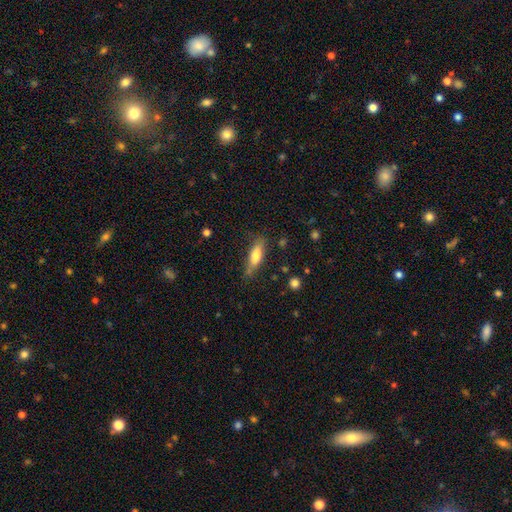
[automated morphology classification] A smooth galaxy with no disk features (66%) that is cigar-shaped (53%).

Vote fractions:
- Smooth or featured? smooth: 66% / featured or disk: 27% / star or artifact: 7%
- How rounded? cigar-shaped: 53% / in between: 44% / round: 2%
- Merging? none: 70% / minor disturbance: 21% / major disturbance: 6% / merger: 3%